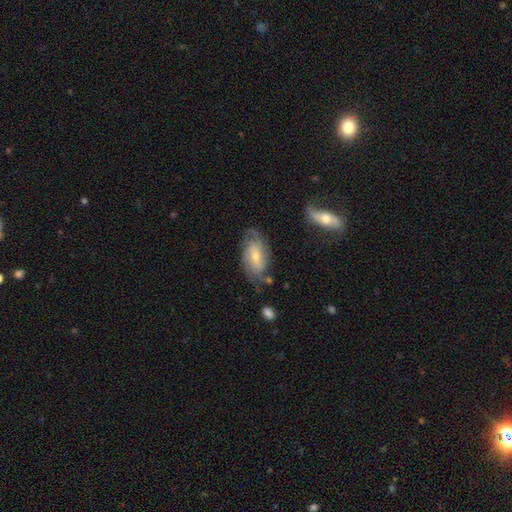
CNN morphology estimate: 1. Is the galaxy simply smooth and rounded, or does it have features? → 65% featured or disk, 28% smooth, 7% star or artifact.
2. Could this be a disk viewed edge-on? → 92% no, 8% yes.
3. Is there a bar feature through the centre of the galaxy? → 46% no, 40% weak, 14% strong.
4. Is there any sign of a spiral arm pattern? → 88% yes, 12% no.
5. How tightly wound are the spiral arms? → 40% medium, 39% tight, 20% loose.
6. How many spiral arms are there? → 52% 2, 28% can't tell, 10% 3, 5% 1, 3% 4, 2% more than 4.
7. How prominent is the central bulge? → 54% small, 38% moderate, 4% large, 3% none, 1% dominant.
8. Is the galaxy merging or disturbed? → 62% none, 23% minor disturbance, 12% major disturbance, 4% merger.